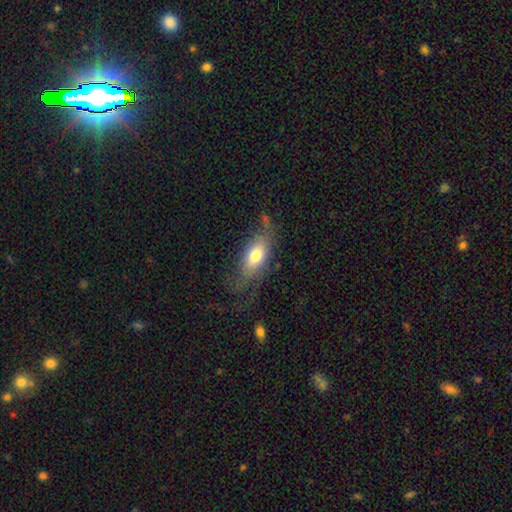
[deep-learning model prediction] A smooth galaxy with no disk features (62%) that is in between round and cigar-shaped (83%). Merging: none (52%).